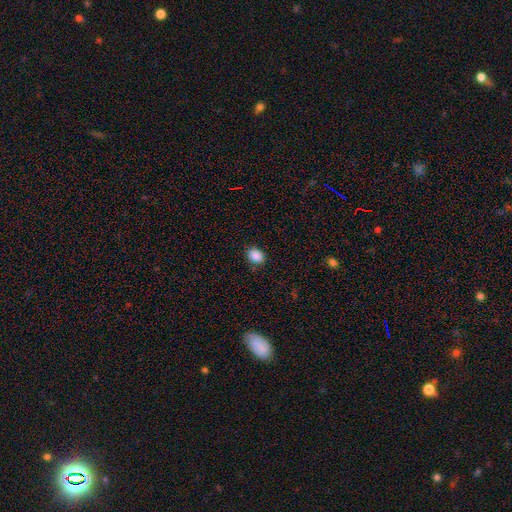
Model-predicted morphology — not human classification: Smooth or featured?
  - smooth: 88% *
  - star or artifact: 9%
  - featured or disk: 3%
How rounded?
  - in between: 62% *
  - round: 37%
  - cigar-shaped: 1%
Merging?
  - none: 85% *
  - minor disturbance: 11%
  - major disturbance: 3%
  - merger: 1%